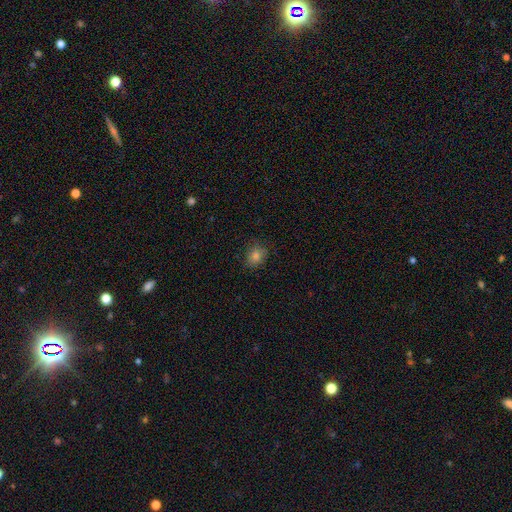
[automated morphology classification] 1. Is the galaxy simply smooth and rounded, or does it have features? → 78% smooth, 15% star or artifact, 7% featured or disk.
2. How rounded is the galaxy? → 56% round, 43% in between, 1% cigar-shaped.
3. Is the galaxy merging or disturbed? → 82% none, 14% minor disturbance, 3% major disturbance, 1% merger.